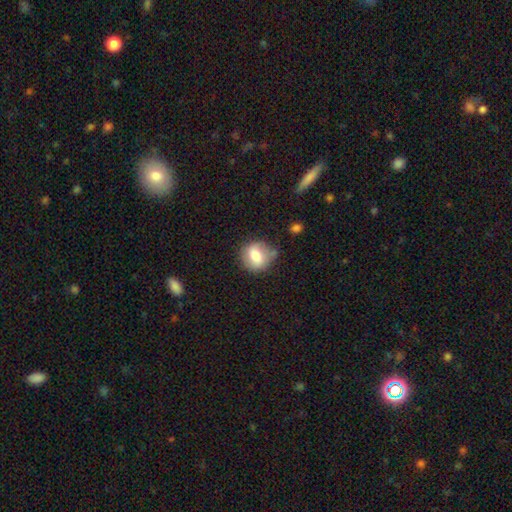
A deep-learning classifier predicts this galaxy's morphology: Smooth or featured?
  - smooth: 71% *
  - featured or disk: 21%
  - star or artifact: 8%
How rounded?
  - round: 77% *
  - in between: 21%
  - cigar-shaped: 1%
Merging?
  - none: 63% *
  - minor disturbance: 25%
  - major disturbance: 7%
  - merger: 5%